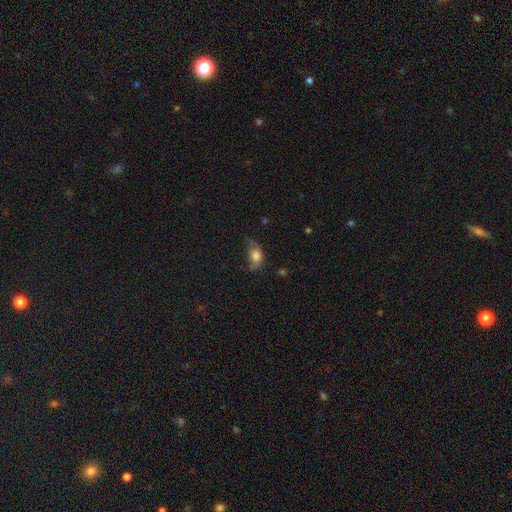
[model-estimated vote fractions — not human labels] Morphology: type=smooth (74%); roundness=in between (82%); merging=minor disturbance (38%).